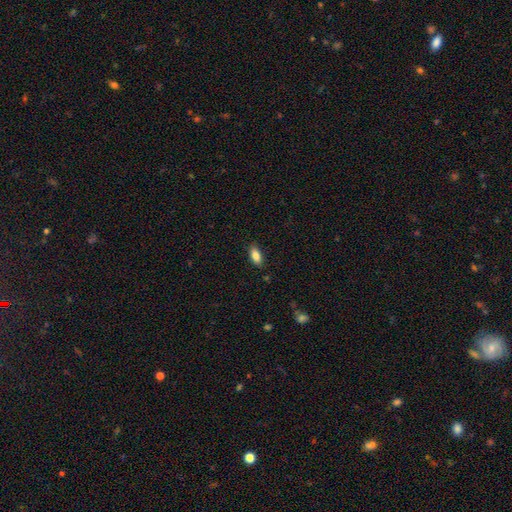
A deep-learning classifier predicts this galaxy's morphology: Q: Smooth or featured?
A: smooth (85%); runner-up: featured or disk (8%)
Q: How rounded?
A: in between (87%); runner-up: cigar-shaped (10%)
Q: Merging?
A: none (86%); runner-up: minor disturbance (11%)